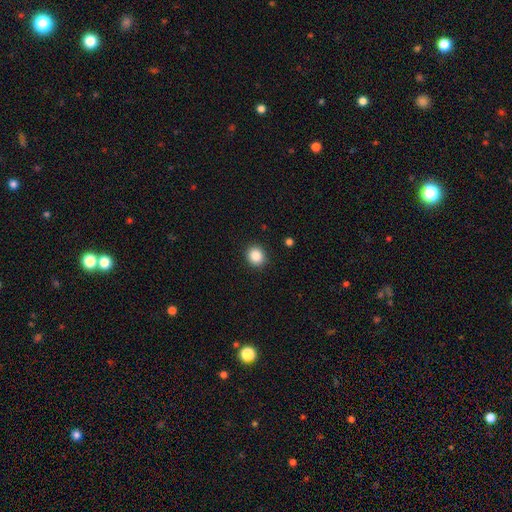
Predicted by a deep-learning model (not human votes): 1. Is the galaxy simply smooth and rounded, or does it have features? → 87% smooth, 9% star or artifact, 4% featured or disk.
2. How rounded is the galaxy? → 82% round, 18% in between, 1% cigar-shaped.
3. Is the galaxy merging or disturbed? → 91% none, 6% minor disturbance, 2% major disturbance, 1% merger.